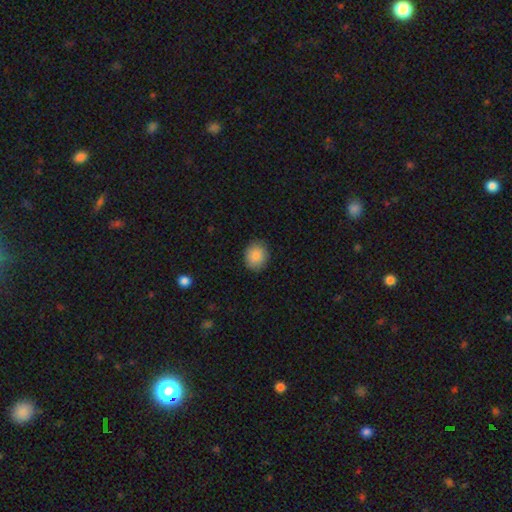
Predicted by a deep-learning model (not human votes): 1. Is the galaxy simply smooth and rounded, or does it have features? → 87% smooth, 8% star or artifact, 6% featured or disk.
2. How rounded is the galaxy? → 69% round, 30% in between, 1% cigar-shaped.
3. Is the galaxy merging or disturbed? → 87% none, 10% minor disturbance, 2% major disturbance, 1% merger.